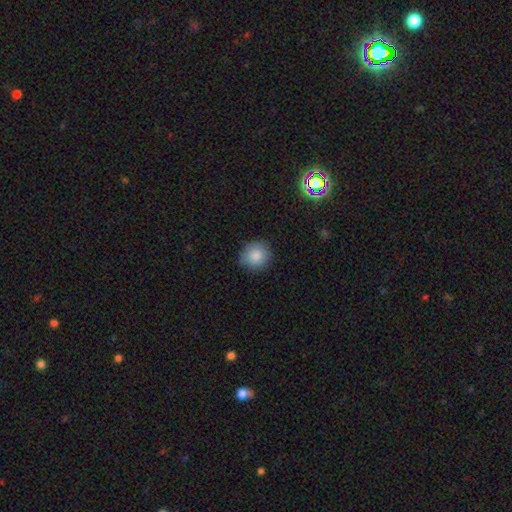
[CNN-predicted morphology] This appears to be a smooth galaxy with no disk features (86%) that is round (87%). Merging: none (86%).